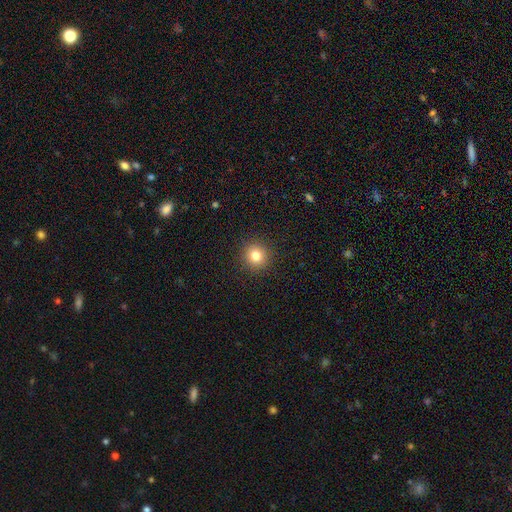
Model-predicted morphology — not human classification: Smooth or featured? smooth (81%)
How rounded? round (93%)
Merging? none (92%)